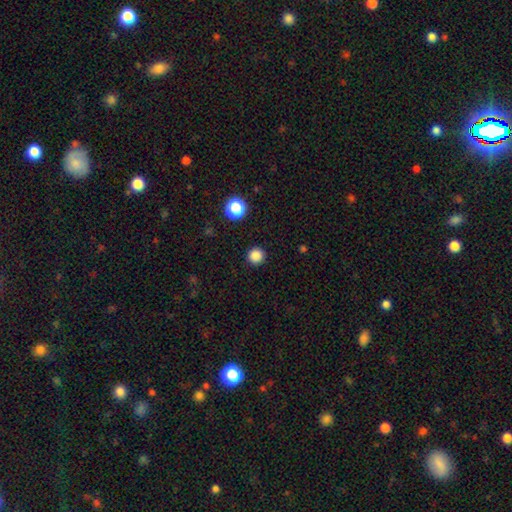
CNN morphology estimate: Smooth or featured? Predicted: smooth (p=0.85). How rounded? Predicted: round (p=0.96). Merging? Predicted: none (p=0.92).